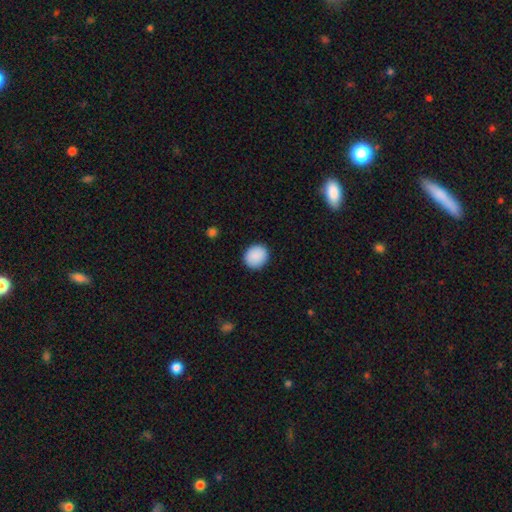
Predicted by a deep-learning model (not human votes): smooth_or_featured: smooth (p=0.90) [alt: star or artifact p=0.07]
how_rounded: round (p=0.83) [alt: in between p=0.16]
merging: none (p=0.90) [alt: minor disturbance p=0.07]